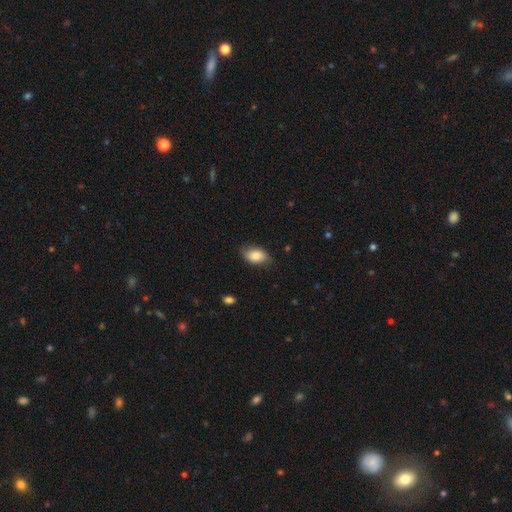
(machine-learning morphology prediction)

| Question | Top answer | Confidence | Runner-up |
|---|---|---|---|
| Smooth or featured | smooth | 79% | featured or disk (14%) |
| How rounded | in between | 90% | round (8%) |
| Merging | none | 74% | minor disturbance (21%) |